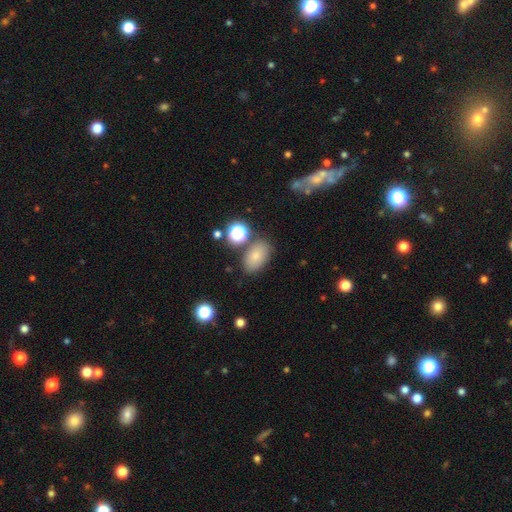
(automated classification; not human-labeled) Smooth or featured: smooth — 77% (star or artifact — 12%)
How rounded: in between — 88% (round — 11%)
Merging: none — 76% (minor disturbance — 12%)